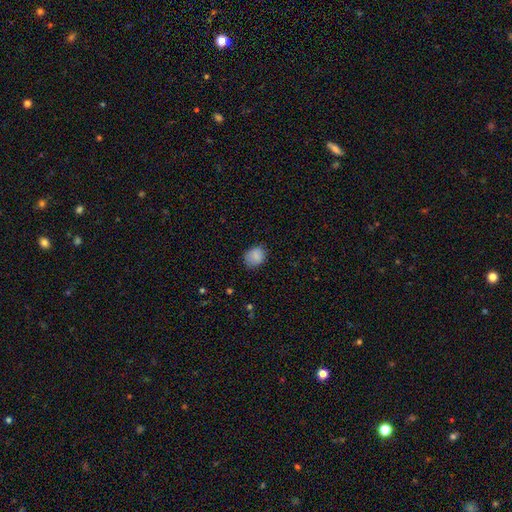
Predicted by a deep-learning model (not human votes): smooth-or-featured: smooth: 86% | star or artifact: 9% | featured or disk: 6%
  how-rounded: round: 53% | in between: 46% | cigar-shaped: 1%
  merging: none: 75% | minor disturbance: 20% | major disturbance: 4% | merger: 1%